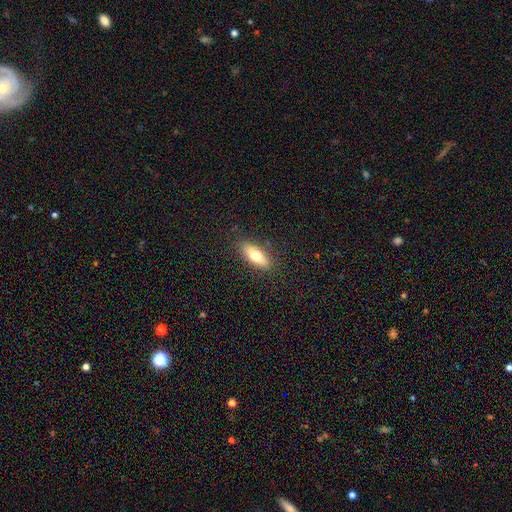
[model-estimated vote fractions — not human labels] smooth_or_featured: smooth (p=0.70) [alt: featured or disk p=0.23]
how_rounded: in between (p=0.68) [alt: cigar-shaped p=0.29]
merging: none (p=0.87) [alt: minor disturbance p=0.10]